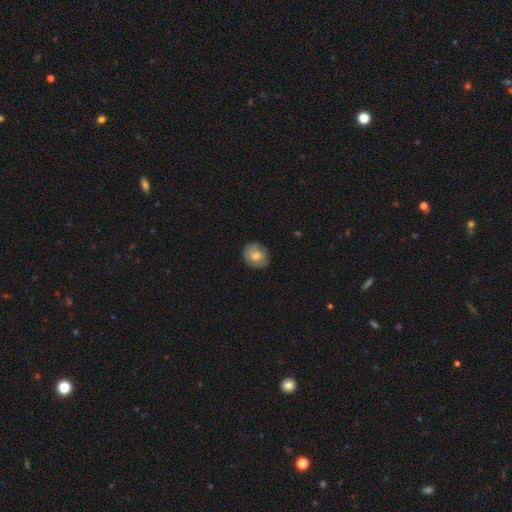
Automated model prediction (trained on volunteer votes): smooth-or-featured: smooth: 63% | featured or disk: 29% | star or artifact: 8%
  how-rounded: round: 71% | in between: 28% | cigar-shaped: 1%
  merging: none: 77% | minor disturbance: 18% | major disturbance: 4% | merger: 1%